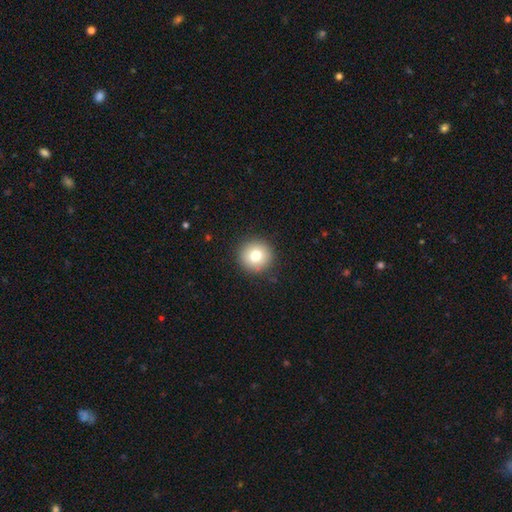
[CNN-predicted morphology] A smooth galaxy with no disk features (77%) that is round (95%). Merging: none (91%).